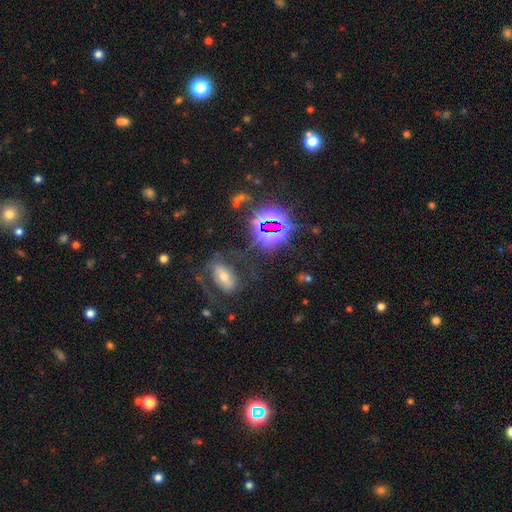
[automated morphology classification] Q: Smooth or featured?
A: star or artifact (52%); runner-up: featured or disk (26%)